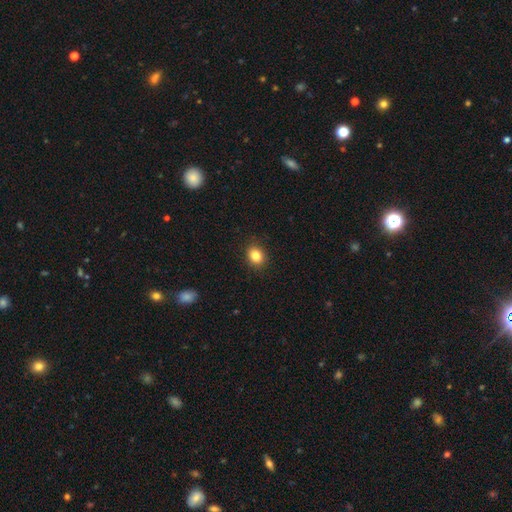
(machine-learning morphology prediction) This is clearly a smooth galaxy (84%). How rounded: likely round (60%). Merging: clearly none (90%).